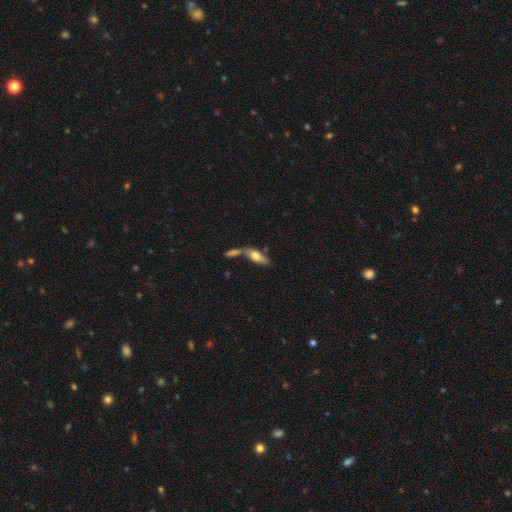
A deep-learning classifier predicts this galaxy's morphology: type=smooth (62%); roundness=in between (69%); merging=merger (45%).